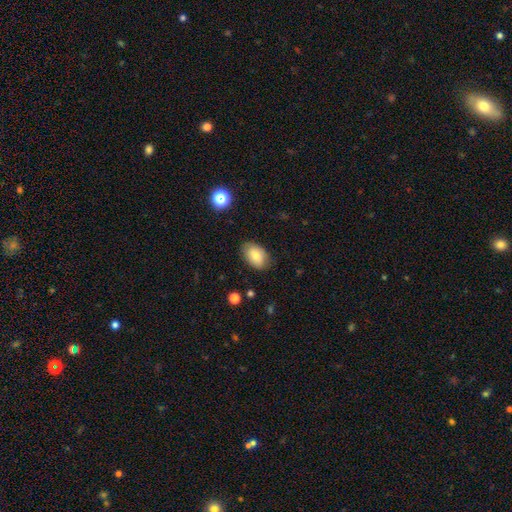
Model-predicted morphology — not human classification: smooth_or_featured: smooth (p=0.78) [alt: featured or disk p=0.14]
how_rounded: in between (p=0.88) [alt: round p=0.11]
merging: none (p=0.80) [alt: minor disturbance p=0.15]